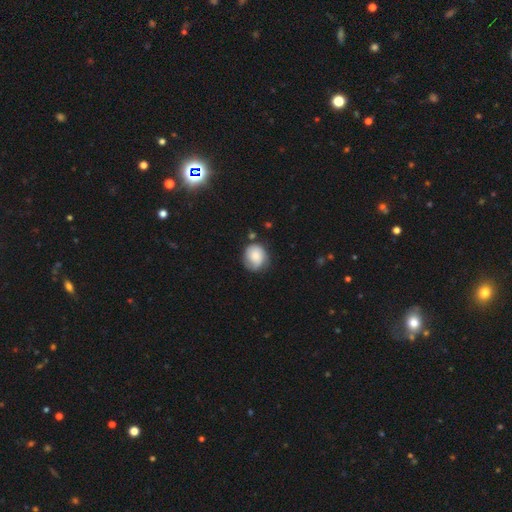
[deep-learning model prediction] Smooth or featured? smooth (66%)
How rounded? round (70%)
Merging? none (59%)